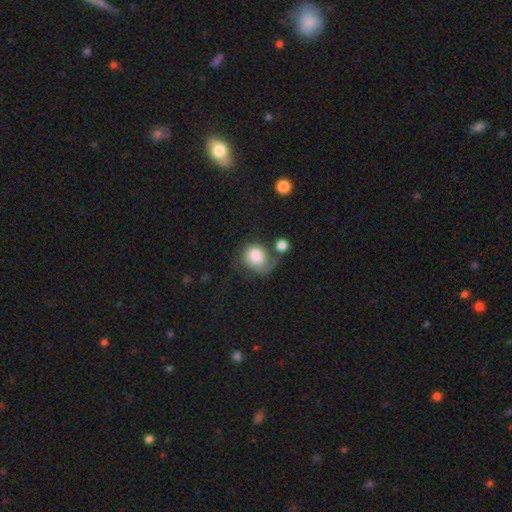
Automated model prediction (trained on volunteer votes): smooth_or_featured: smooth (p=0.72) [alt: featured or disk p=0.21]
how_rounded: round (p=0.61) [alt: in between p=0.39]
merging: none (p=0.32) [alt: major disturbance p=0.25]